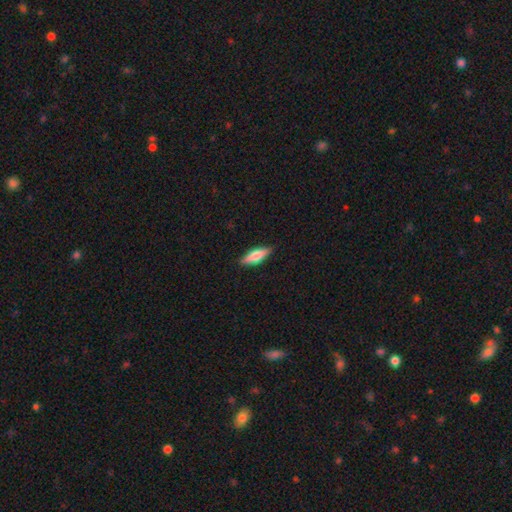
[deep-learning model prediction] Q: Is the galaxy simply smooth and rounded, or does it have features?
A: smooth — 67%.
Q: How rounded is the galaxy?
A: cigar-shaped — 52%.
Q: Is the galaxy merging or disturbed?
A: none — 88%.